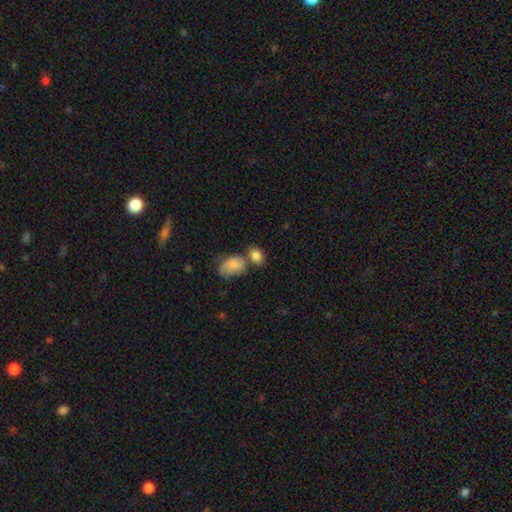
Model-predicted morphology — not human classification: This appears to be a smooth galaxy with no disk features (82%) that is in between round and cigar-shaped (65%). Merging: merger (41%).